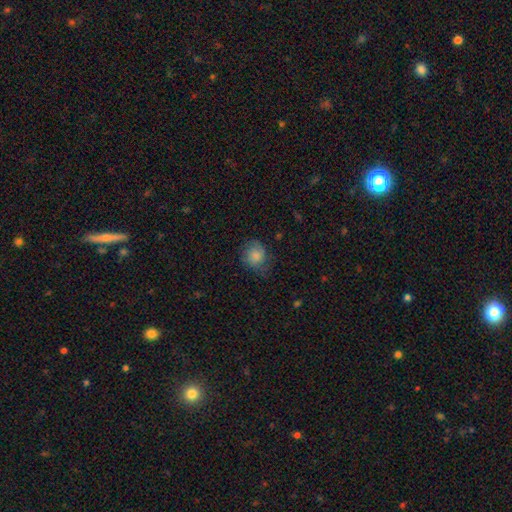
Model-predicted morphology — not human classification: smooth_or_featured: smooth (p=0.75) [alt: featured or disk p=0.16]
how_rounded: round (p=0.74) [alt: in between p=0.25]
merging: none (p=0.59) [alt: minor disturbance p=0.27]